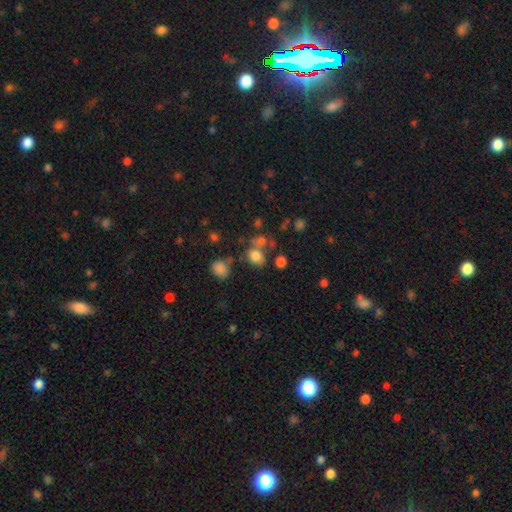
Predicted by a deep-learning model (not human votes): Morphology: type=smooth (75%); roundness=round (54%); merging=none (54%).